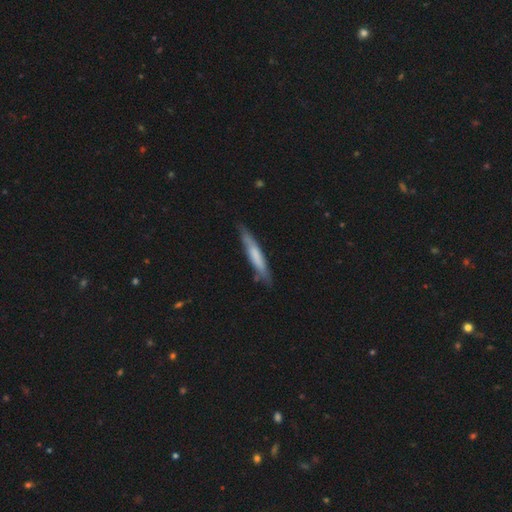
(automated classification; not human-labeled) This is possibly a smooth galaxy (59%). How rounded: clearly cigar-shaped (91%). Merging: likely none (78%).